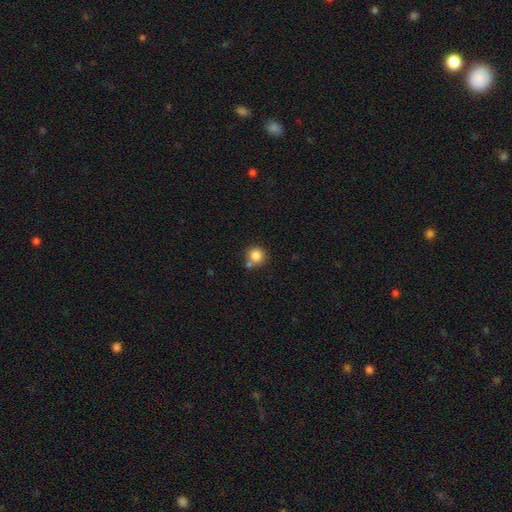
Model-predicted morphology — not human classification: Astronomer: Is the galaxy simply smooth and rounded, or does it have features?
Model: smooth — 84%.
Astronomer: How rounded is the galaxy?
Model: round — 92%.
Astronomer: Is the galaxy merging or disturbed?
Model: none — 68%.